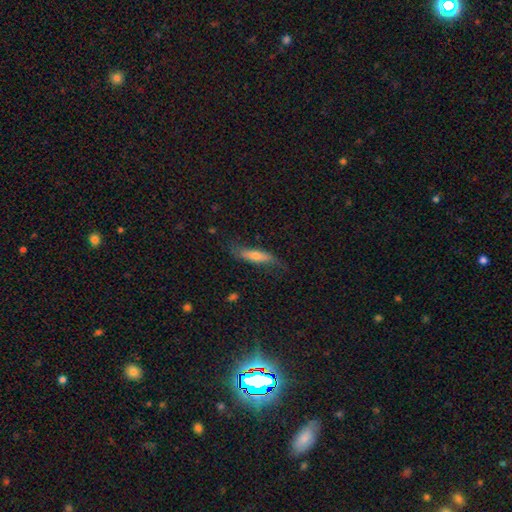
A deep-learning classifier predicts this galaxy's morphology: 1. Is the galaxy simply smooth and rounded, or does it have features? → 50% smooth, 42% featured or disk, 7% star or artifact.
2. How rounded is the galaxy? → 72% cigar-shaped, 26% in between, 2% round.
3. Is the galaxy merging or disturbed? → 66% none, 24% minor disturbance, 8% major disturbance, 2% merger.